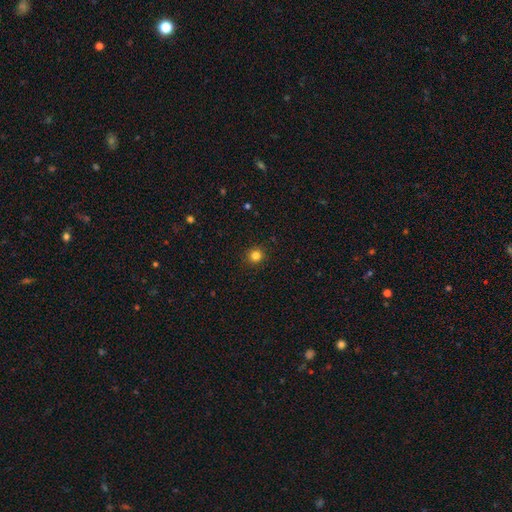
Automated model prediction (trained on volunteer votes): Smooth or featured? smooth (83%)
How rounded? round (92%)
Merging? none (92%)